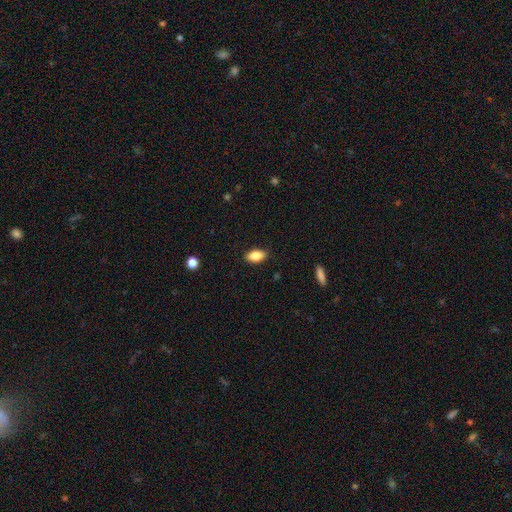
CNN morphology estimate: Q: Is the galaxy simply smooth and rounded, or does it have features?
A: smooth — 84%.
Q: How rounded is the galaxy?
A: in between — 91%.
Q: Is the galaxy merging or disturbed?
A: none — 86%.